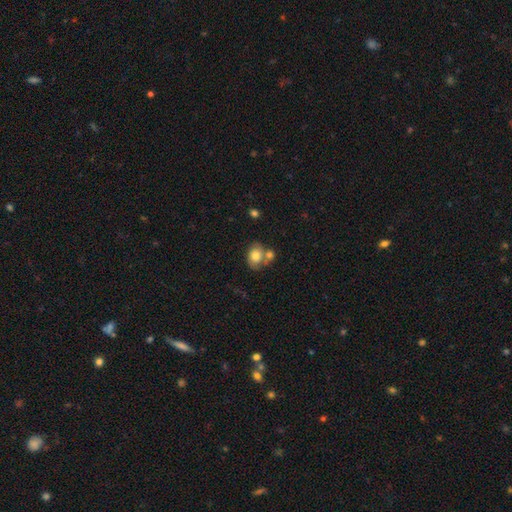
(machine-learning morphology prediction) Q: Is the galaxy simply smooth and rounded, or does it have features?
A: smooth — 71%.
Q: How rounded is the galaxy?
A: in between — 61%.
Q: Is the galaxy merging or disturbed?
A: none — 39%.